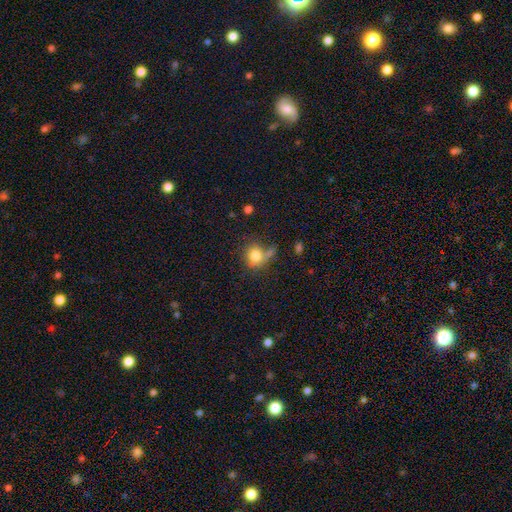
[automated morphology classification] smooth-or-featured: smooth: 79% | featured or disk: 10% | star or artifact: 10%
  how-rounded: round: 76% | in between: 23% | cigar-shaped: 1%
  merging: none: 52% | minor disturbance: 19% | merger: 17% | major disturbance: 11%